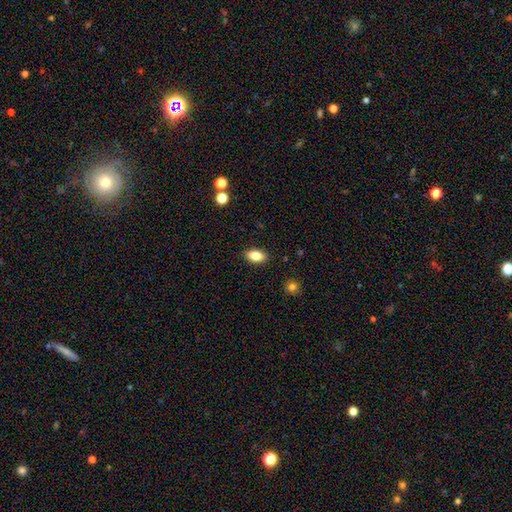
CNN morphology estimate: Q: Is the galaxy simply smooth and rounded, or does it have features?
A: smooth — 82%.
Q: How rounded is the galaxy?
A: in between — 90%.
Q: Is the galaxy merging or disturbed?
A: none — 88%.